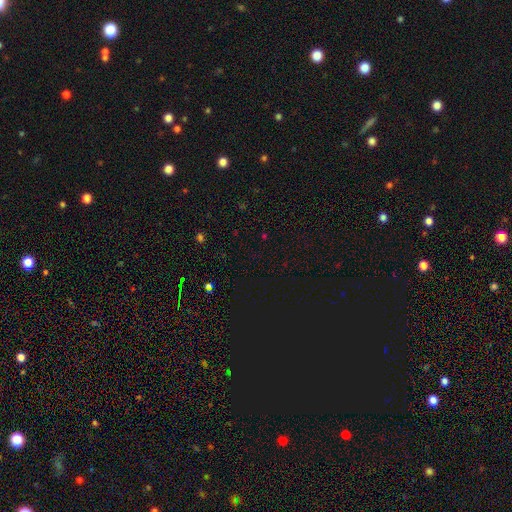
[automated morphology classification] Smooth or featured? star or artifact (70%)